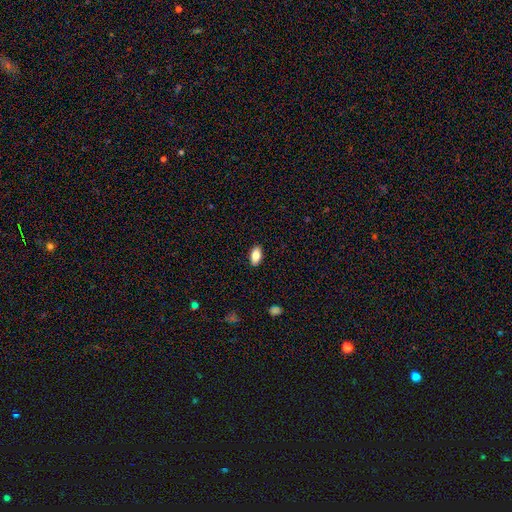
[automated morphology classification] smooth-or-featured: smooth: 84% | featured or disk: 9% | star or artifact: 7%
  how-rounded: in between: 91% | cigar-shaped: 5% | round: 4%
  merging: none: 89% | minor disturbance: 8% | major disturbance: 2% | merger: 1%